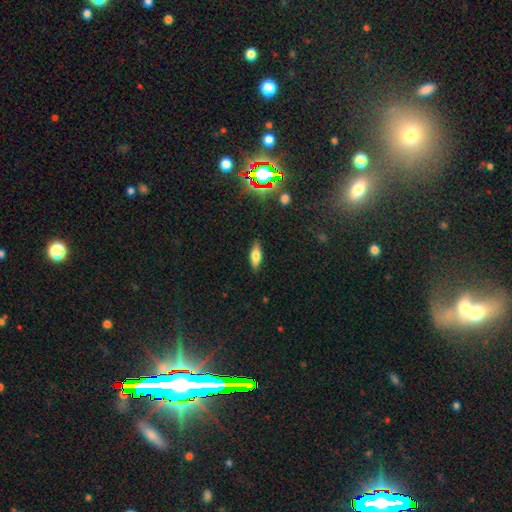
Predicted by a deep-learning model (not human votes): A smooth galaxy with no disk features (62%) that is in between round and cigar-shaped (63%). Merging: none (86%).